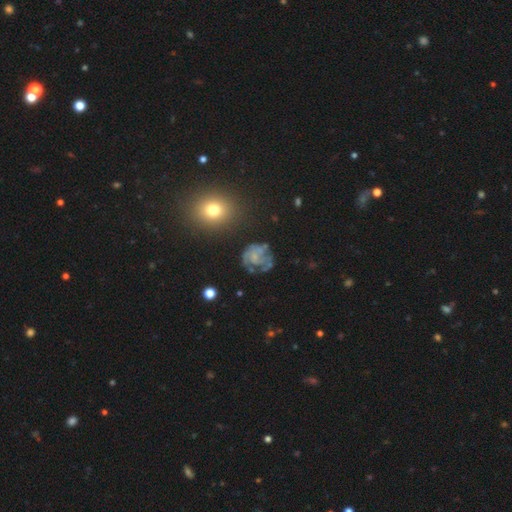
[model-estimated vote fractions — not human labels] Smooth or featured: featured or disk — 65% (smooth — 23%)
Edge-on disk: no — 98% (yes — 2%)
Bar: no — 79% (weak — 17%)
Spiral arms: yes — 72% (no — 28%)
Bulge size: small — 44% (none — 38%)
Merging: none — 51% (major disturbance — 23%)